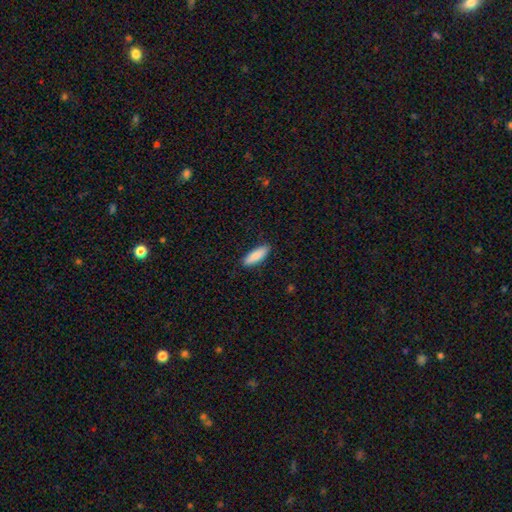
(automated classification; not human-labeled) smooth_or_featured: smooth (p=0.87) [alt: featured or disk p=0.07]
how_rounded: in between (p=0.59) [alt: cigar-shaped p=0.39]
merging: none (p=0.88) [alt: minor disturbance p=0.09]